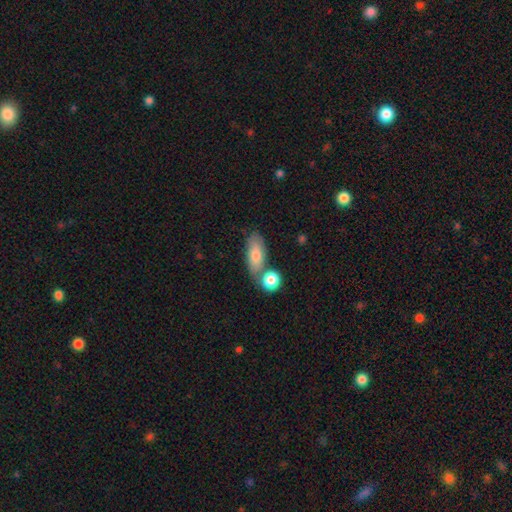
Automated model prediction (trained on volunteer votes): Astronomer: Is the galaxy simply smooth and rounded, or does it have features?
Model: smooth — 77%.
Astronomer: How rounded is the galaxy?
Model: in between — 80%.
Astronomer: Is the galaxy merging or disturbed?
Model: none — 54%.